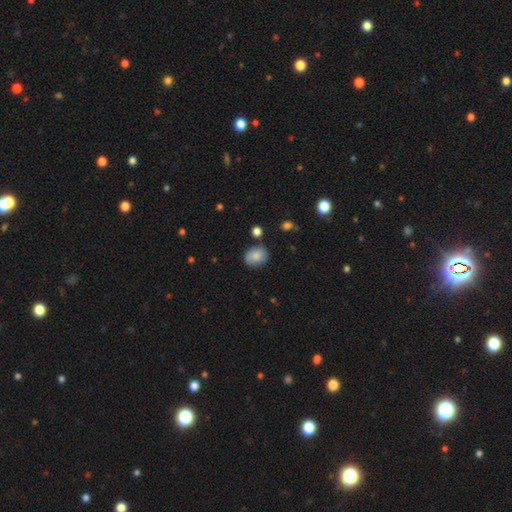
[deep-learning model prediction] smooth 81%, featured or disk 11%, star or artifact 8%. Down the decision tree: how rounded — round (50%); merging — none (75%).